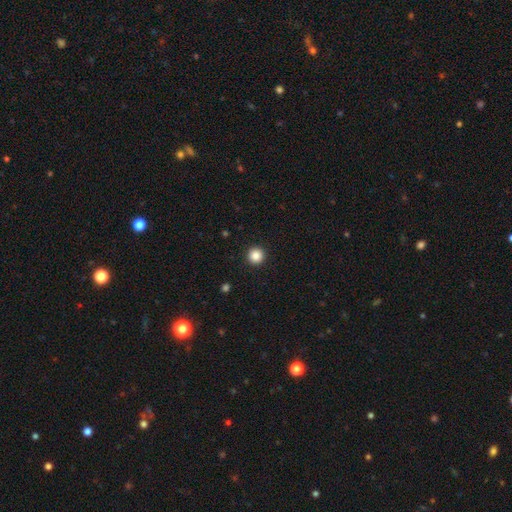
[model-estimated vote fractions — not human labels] This is clearly a smooth galaxy (86%). How rounded: clearly round (96%). Merging: clearly none (93%).